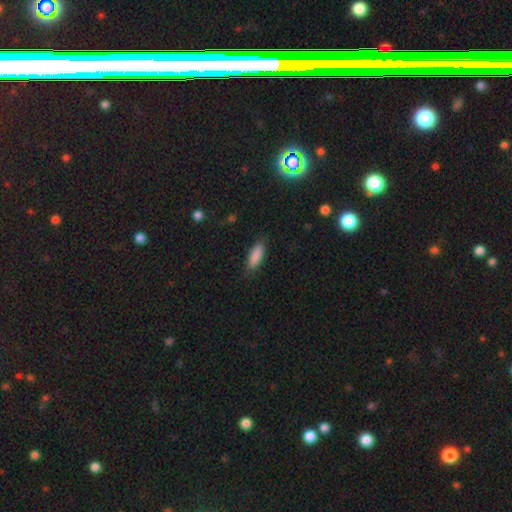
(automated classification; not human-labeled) Smooth or featured?
  - smooth: 87% *
  - featured or disk: 7%
  - star or artifact: 6%
How rounded?
  - in between: 58% *
  - cigar-shaped: 40%
  - round: 2%
Merging?
  - none: 81% *
  - minor disturbance: 14%
  - major disturbance: 3%
  - merger: 1%